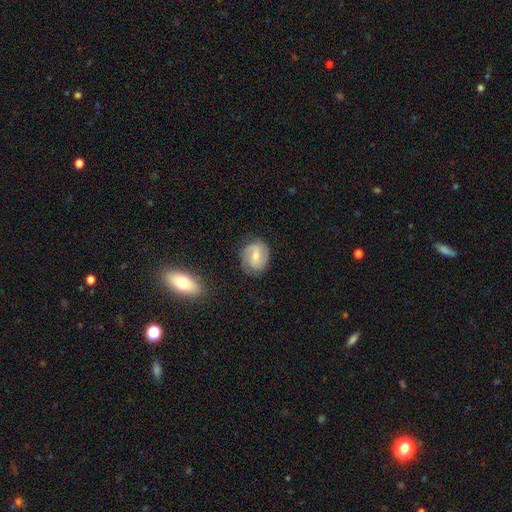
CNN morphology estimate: smooth-or-featured: featured or disk: 59% | smooth: 33% | star or artifact: 7%
  disk-edge-on: no: 96% | yes: 4%
    bar: weak: 52% | strong: 25% | no: 23%
    has-spiral-arms: yes: 84% | no: 16%
    bulge-size: moderate: 50% | small: 45% | none: 2% | large: 2% | dominant: 1%
  merging: none: 78% | minor disturbance: 16% | major disturbance: 5% | merger: 2%